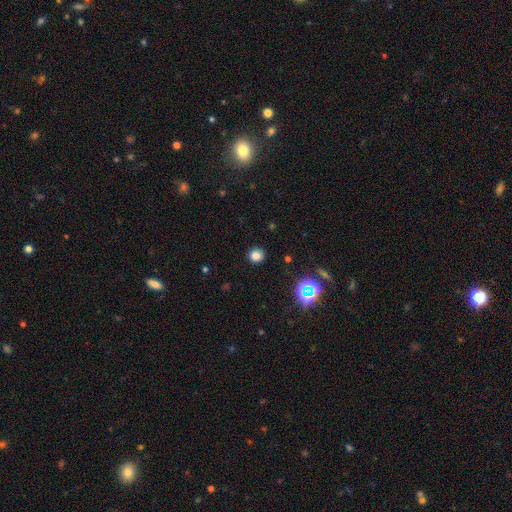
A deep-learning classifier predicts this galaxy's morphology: A smooth galaxy with no disk features (79%) that is round (86%).

Vote fractions:
- Smooth or featured? smooth: 79% / star or artifact: 16% / featured or disk: 4%
- How rounded? round: 86% / in between: 14% / cigar-shaped: 1%
- Merging? none: 89% / minor disturbance: 7% / major disturbance: 2% / merger: 1%